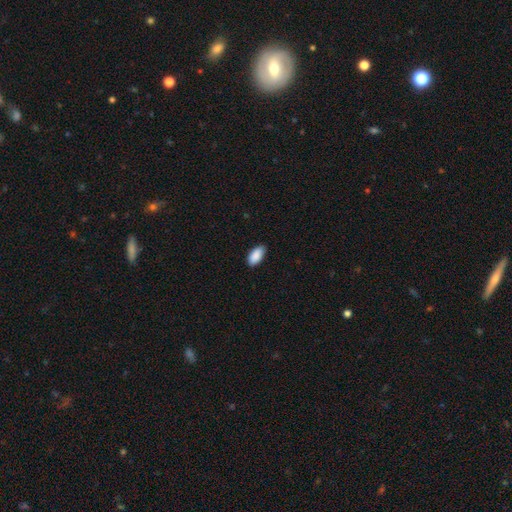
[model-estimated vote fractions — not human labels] Q: Smooth or featured?
A: smooth (91%); runner-up: star or artifact (6%)
Q: How rounded?
A: in between (94%); runner-up: cigar-shaped (4%)
Q: Merging?
A: none (84%); runner-up: minor disturbance (13%)